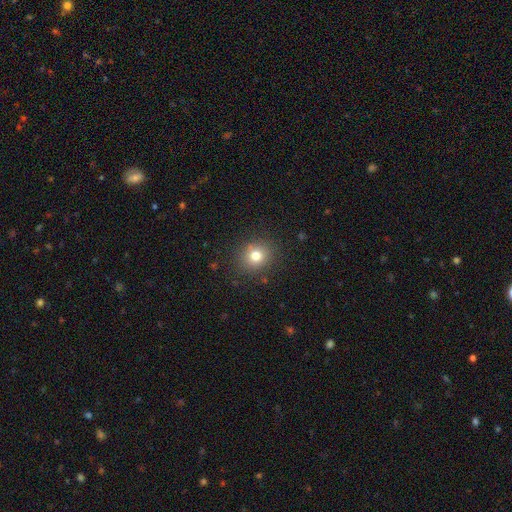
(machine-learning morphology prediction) This is likely a smooth galaxy (77%). How rounded: likely round (79%). Merging: clearly none (86%).